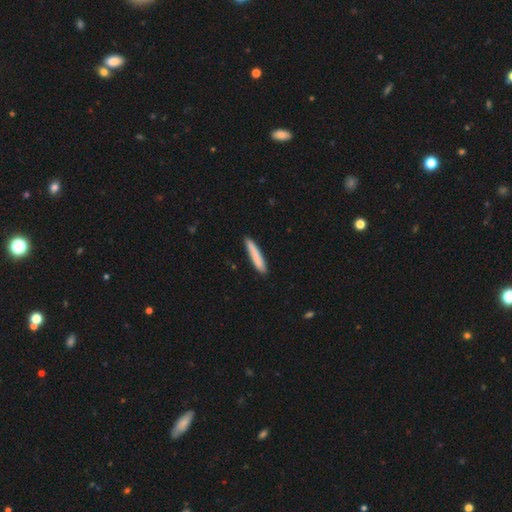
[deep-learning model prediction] smooth 83%, featured or disk 11%, star or artifact 6%. Down the decision tree: how rounded — cigar-shaped (93%); merging — none (87%).